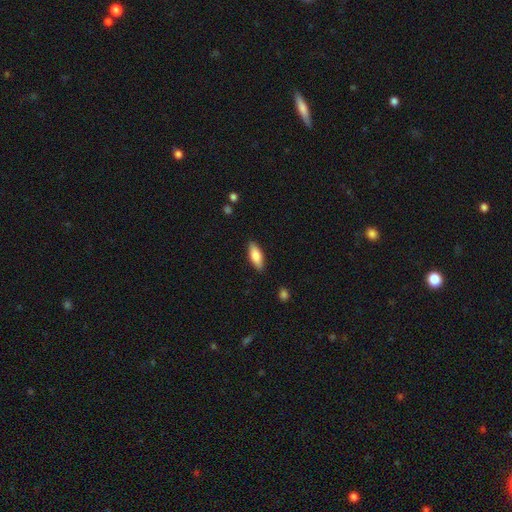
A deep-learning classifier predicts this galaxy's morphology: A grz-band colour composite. It shows a smooth galaxy with no disk features (80%) that is in between round and cigar-shaped (72%). Merging: none (87%).